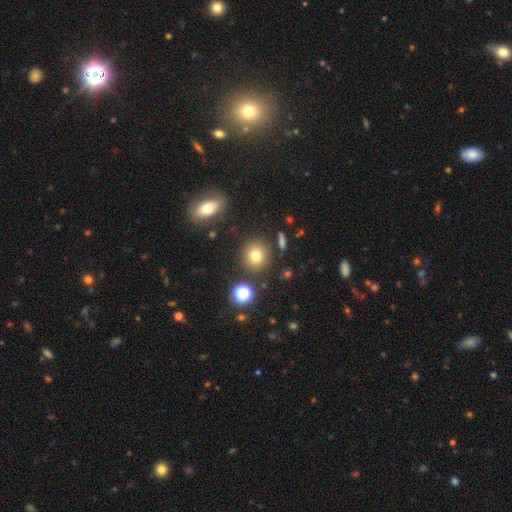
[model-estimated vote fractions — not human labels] Smooth or featured: smooth — 74% (star or artifact — 16%)
How rounded: round — 89% (in between — 10%)
Merging: none — 85% (minor disturbance — 8%)